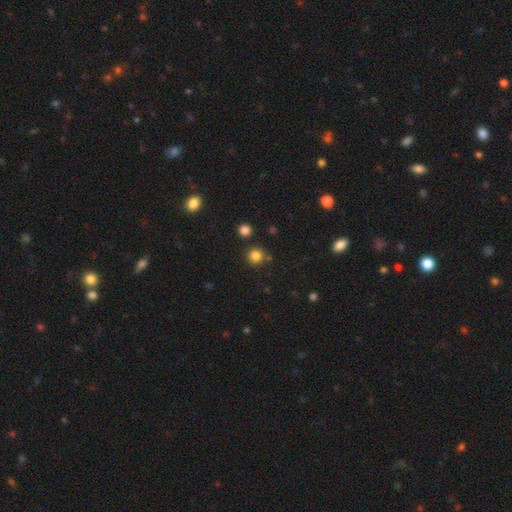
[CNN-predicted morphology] Smooth or featured: smooth — 82% (star or artifact — 14%)
How rounded: round — 93% (in between — 6%)
Merging: none — 83% (minor disturbance — 8%)